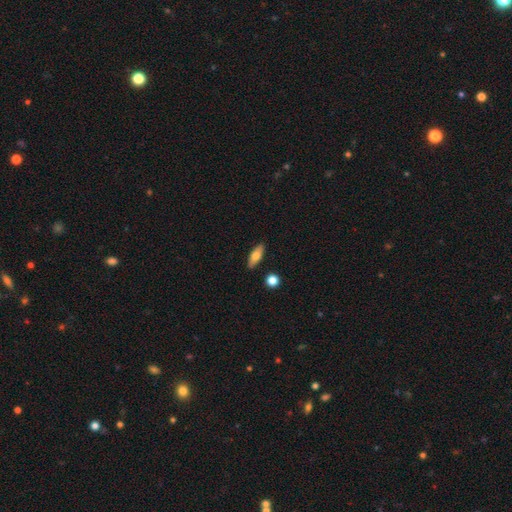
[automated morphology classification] smooth_or_featured: smooth (p=0.69) [alt: featured or disk p=0.24]
how_rounded: in between (p=0.66) [alt: cigar-shaped p=0.31]
merging: none (p=0.86) [alt: minor disturbance p=0.09]